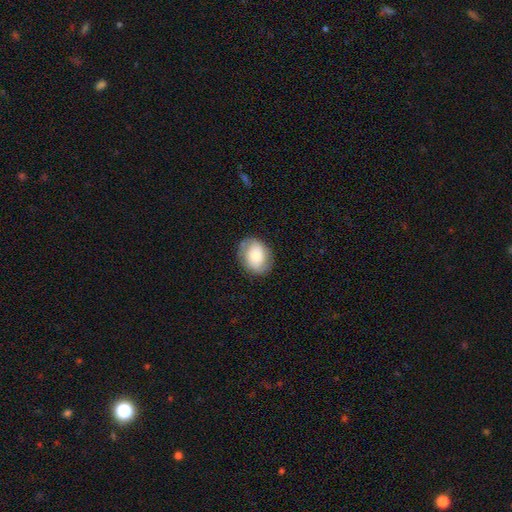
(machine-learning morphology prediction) A smooth galaxy with no disk features (66%) that is in between round and cigar-shaped (62%).

Vote fractions:
- Smooth or featured? smooth: 66% / featured or disk: 27% / star or artifact: 8%
- How rounded? in between: 62% / round: 37% / cigar-shaped: 1%
- Merging? none: 79% / minor disturbance: 15% / major disturbance: 5% / merger: 1%